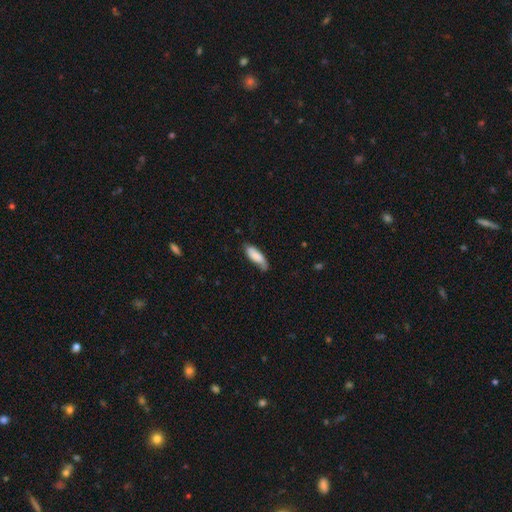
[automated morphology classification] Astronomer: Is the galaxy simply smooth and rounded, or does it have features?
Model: smooth — 78%.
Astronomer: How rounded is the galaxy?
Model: in between — 61% (runner-up: cigar-shaped, 38%).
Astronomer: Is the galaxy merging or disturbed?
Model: none — 60%.